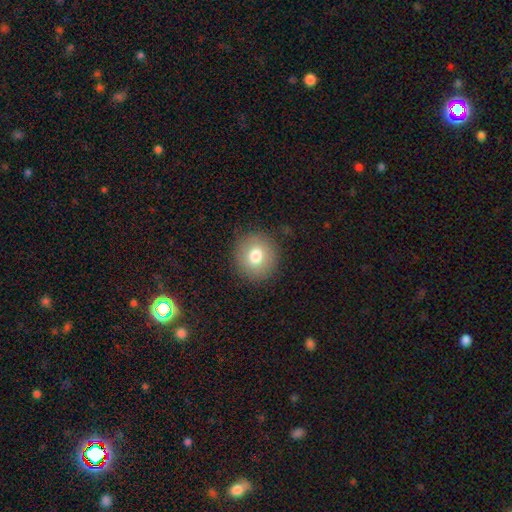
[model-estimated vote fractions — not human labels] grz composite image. It shows a smooth galaxy with no disk features (77%) that is round (90%). Merging: none (88%).